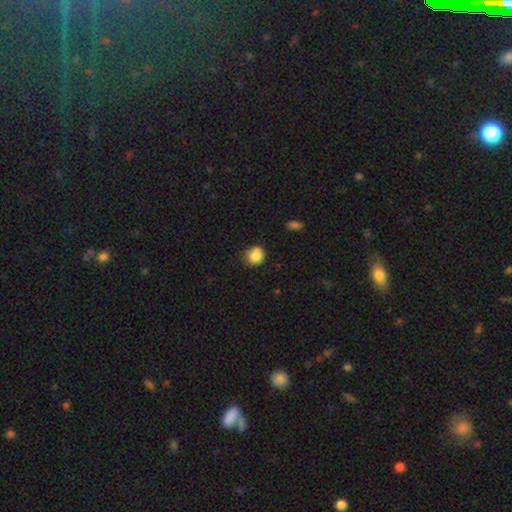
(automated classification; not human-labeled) Smooth or featured? Predicted: smooth (p=0.83). How rounded? Predicted: round (p=0.77). Merging? Predicted: none (p=0.62).